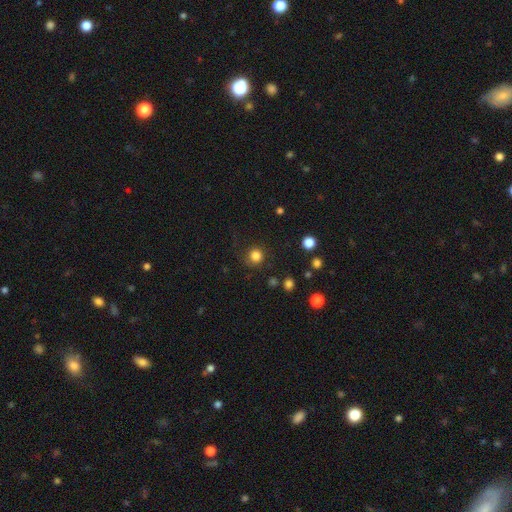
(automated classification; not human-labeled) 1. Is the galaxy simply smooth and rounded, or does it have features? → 83% smooth, 13% star or artifact, 5% featured or disk.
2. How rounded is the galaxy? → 93% round, 7% in between, 1% cigar-shaped.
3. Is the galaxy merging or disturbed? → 81% none, 12% minor disturbance, 6% major disturbance, 2% merger.